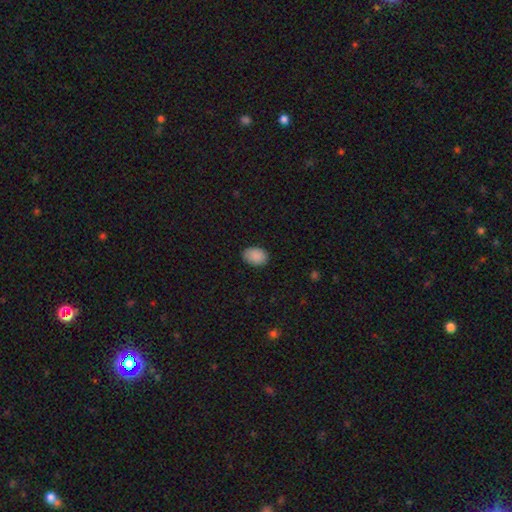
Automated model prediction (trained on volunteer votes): smooth-or-featured: smooth: 90% | star or artifact: 7% | featured or disk: 3%
  how-rounded: in between: 78% | round: 21% | cigar-shaped: 1%
  merging: none: 87% | minor disturbance: 10% | major disturbance: 2% | merger: 1%